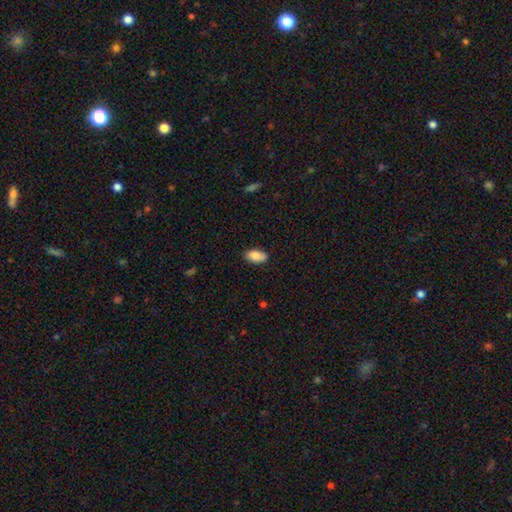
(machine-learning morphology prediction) smooth-or-featured: smooth: 86% | featured or disk: 7% | star or artifact: 7%
  how-rounded: in between: 93% | cigar-shaped: 4% | round: 3%
  merging: none: 83% | minor disturbance: 13% | major disturbance: 2% | merger: 1%